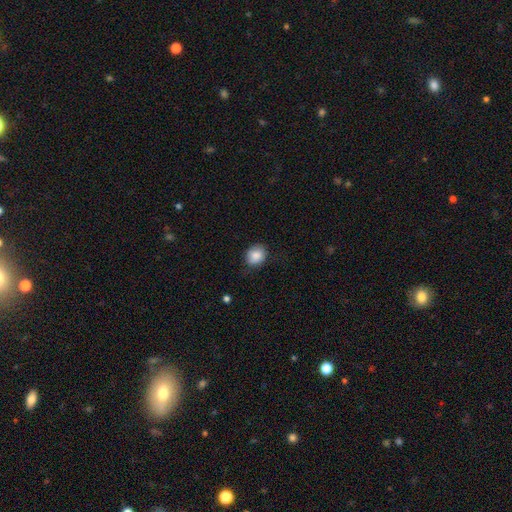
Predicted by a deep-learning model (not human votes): Smooth or featured? smooth (86%)
How rounded? round (63%)
Merging? none (78%)